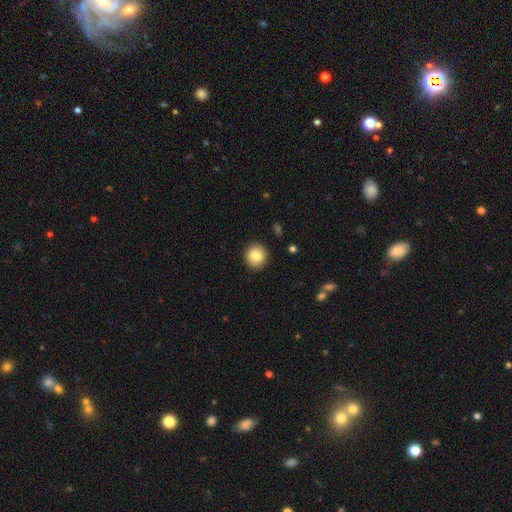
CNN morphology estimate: Q: Smooth or featured?
A: smooth (83%); runner-up: star or artifact (9%)
Q: How rounded?
A: round (89%); runner-up: in between (10%)
Q: Merging?
A: none (91%); runner-up: minor disturbance (6%)